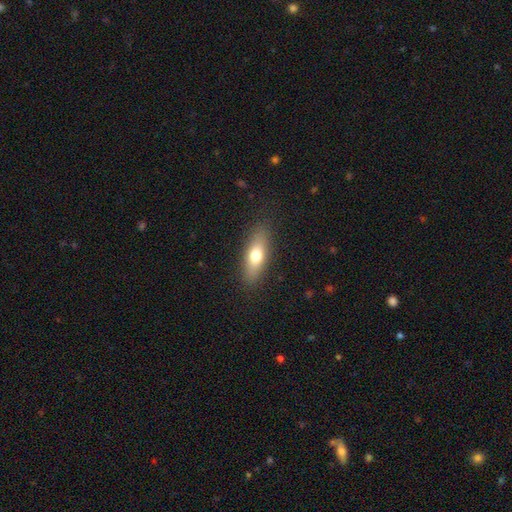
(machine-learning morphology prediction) Smooth or featured?
  - smooth: 69% *
  - featured or disk: 24%
  - star or artifact: 7%
How rounded?
  - in between: 57% *
  - cigar-shaped: 40%
  - round: 4%
Merging?
  - none: 86% *
  - minor disturbance: 10%
  - major disturbance: 3%
  - merger: 1%